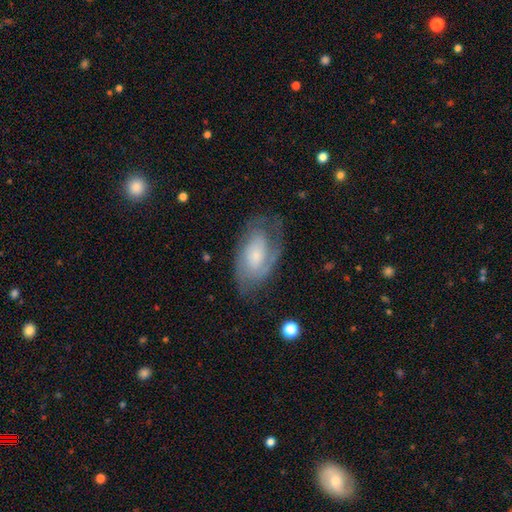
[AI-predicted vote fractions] Smooth or featured?
  - featured or disk: 69% *
  - smooth: 25%
  - star or artifact: 6%
Edge-on disk?
  - no: 95% *
  - yes: 5%
Bar?
  - no: 67% *
  - weak: 27%
  - strong: 5%
Spiral arms?
  - yes: 87% *
  - no: 13%
Spiral winding?
  - tight: 50% *
  - medium: 37%
  - loose: 12%
Spiral arm count?
  - 2: 46% *
  - can't tell: 30%
  - 1: 12%
  - 3: 7%
  - 4: 2%
  - more than 4: 2%
Bulge size?
  - small: 57% *
  - moderate: 26%
  - none: 8%
  - large: 7%
  - dominant: 2%
Merging?
  - none: 64% *
  - minor disturbance: 22%
  - major disturbance: 13%
  - merger: 1%